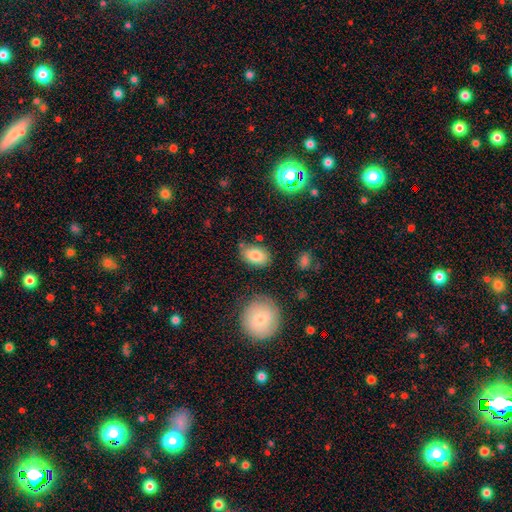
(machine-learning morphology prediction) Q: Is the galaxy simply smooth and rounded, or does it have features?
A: smooth — 82%.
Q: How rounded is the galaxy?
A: in between — 85%.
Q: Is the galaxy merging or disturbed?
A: none — 73%.